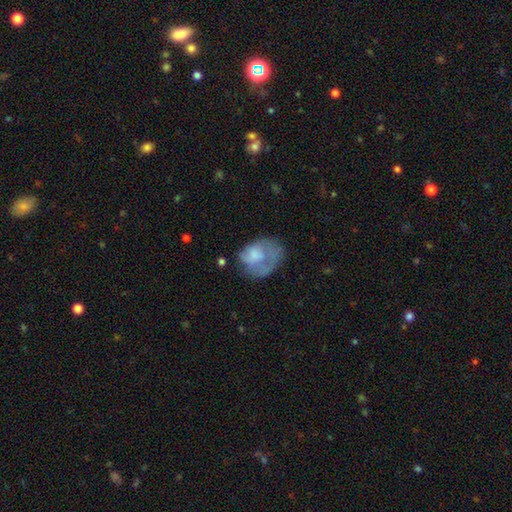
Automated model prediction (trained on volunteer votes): Smooth or featured? smooth (54%)
How rounded? in between (65%)
Merging? major disturbance (35%, tied with none)